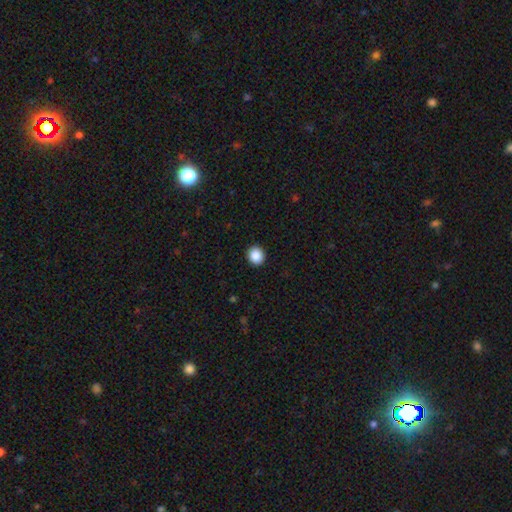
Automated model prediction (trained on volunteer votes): Smooth or featured: smooth — 89% (star or artifact — 9%)
How rounded: round — 84% (in between — 15%)
Merging: none — 92% (minor disturbance — 5%)